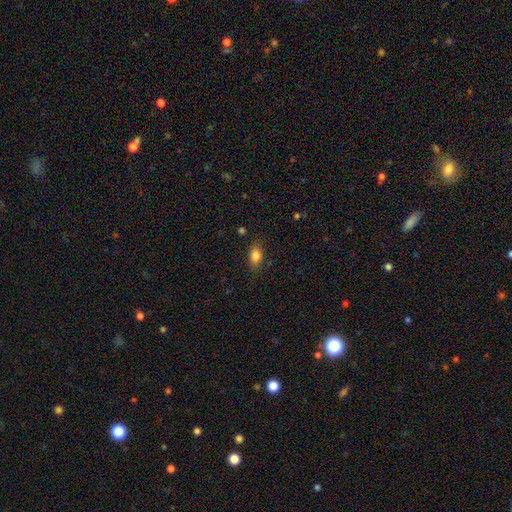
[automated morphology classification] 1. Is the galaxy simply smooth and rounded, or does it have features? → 84% smooth, 9% star or artifact, 7% featured or disk.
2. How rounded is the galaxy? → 84% in between, 13% round, 3% cigar-shaped.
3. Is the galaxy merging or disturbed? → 82% none, 13% minor disturbance, 3% major disturbance, 1% merger.